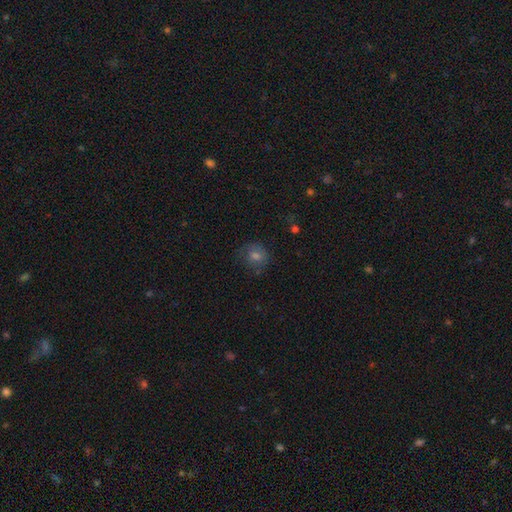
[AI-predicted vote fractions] smooth 63%, star or artifact 19%, featured or disk 18%. Down the decision tree: how rounded — round (77%); merging — none (71%).